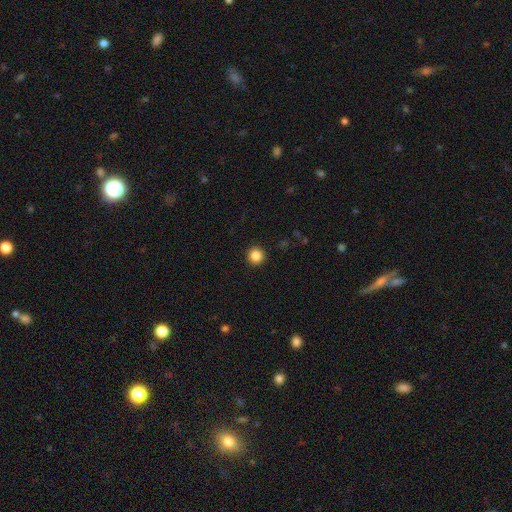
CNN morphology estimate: A smooth galaxy with no disk features (86%) that is round (96%).

Vote fractions:
- Smooth or featured? smooth: 86% / star or artifact: 10% / featured or disk: 3%
- How rounded? round: 96% / in between: 3% / cigar-shaped: 1%
- Merging? none: 93% / minor disturbance: 4% / major disturbance: 2% / merger: 1%